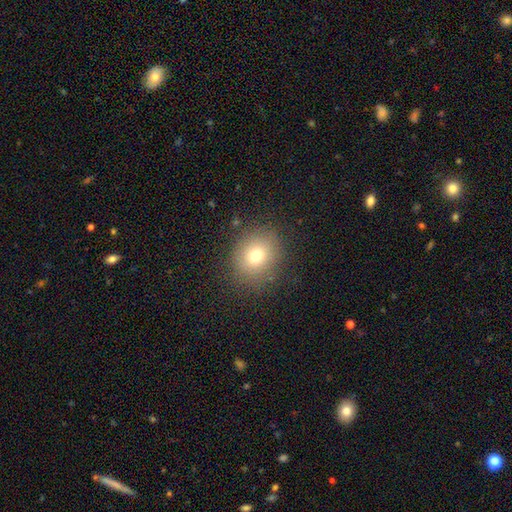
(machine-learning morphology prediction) smooth-or-featured: smooth: 73% | star or artifact: 15% | featured or disk: 12%
  how-rounded: round: 73% | in between: 27% | cigar-shaped: 1%
  merging: none: 84% | minor disturbance: 10% | major disturbance: 5% | merger: 1%